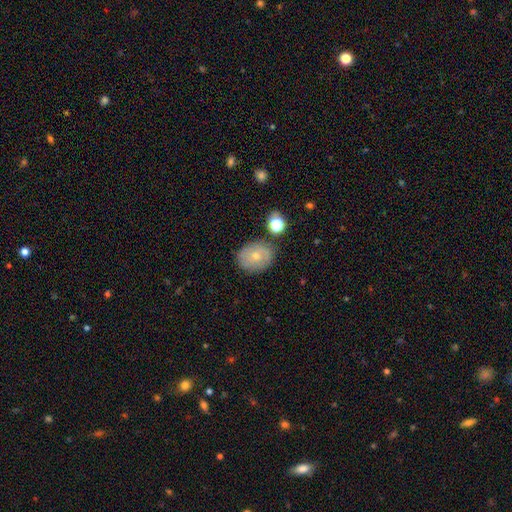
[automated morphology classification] This is likely a smooth galaxy (61%). How rounded: possibly round (55%). Merging: likely none (78%).